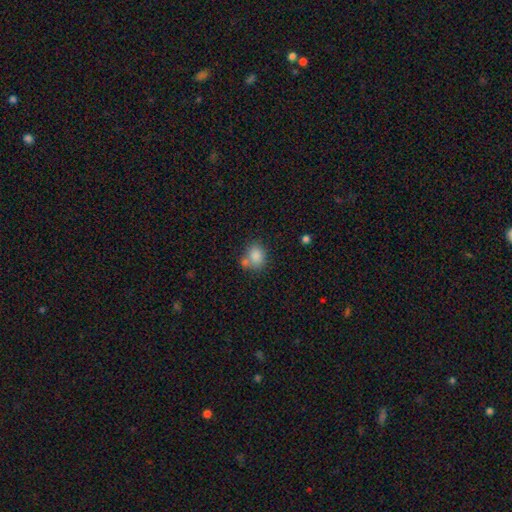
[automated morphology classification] smooth_or_featured: smooth (p=0.83) [alt: star or artifact p=0.10]
how_rounded: round (p=0.51) [alt: in between p=0.48]
merging: none (p=0.54) [alt: merger p=0.25]